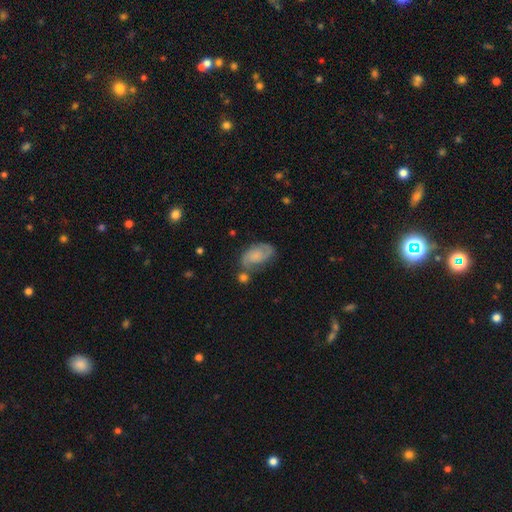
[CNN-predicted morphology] Overall: featured or disk (55%; smooth 37%). Edge-on disk: no (96%). Bar: no (70%). Spiral arms: yes (86%). Bulge size: none (41%; small 30%). Merging: none (53%; minor disturbance 24%).